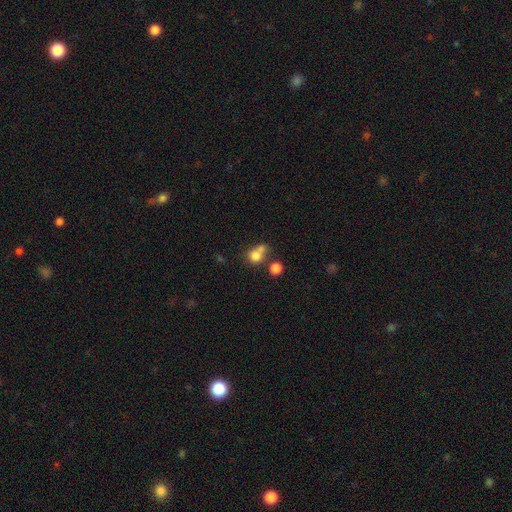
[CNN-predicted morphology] A smooth galaxy with no disk features (77%) that is round (79%). Merging: merger (43%).